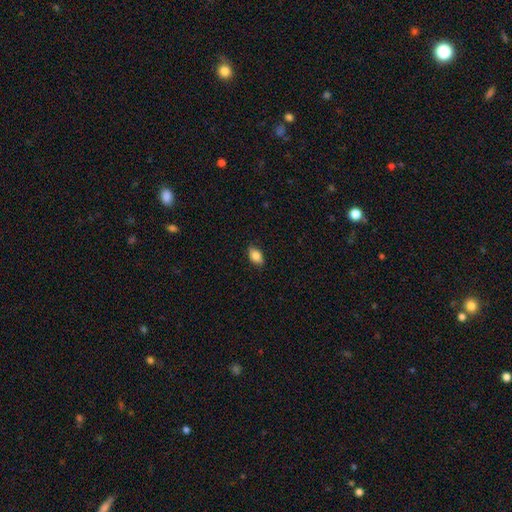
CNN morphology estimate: Q: Smooth or featured?
A: smooth (84%); runner-up: featured or disk (8%)
Q: How rounded?
A: in between (88%); runner-up: round (9%)
Q: Merging?
A: none (84%); runner-up: minor disturbance (13%)